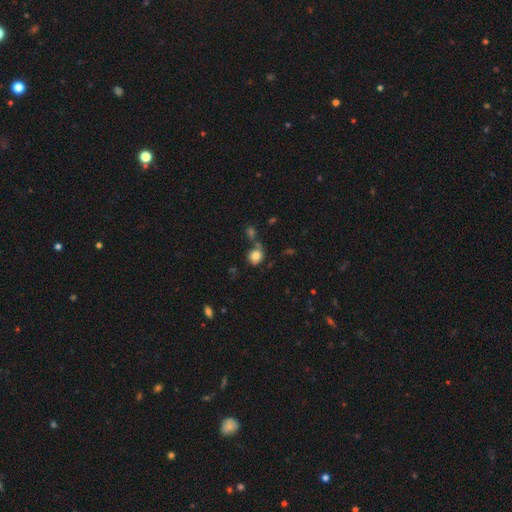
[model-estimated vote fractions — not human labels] This is clearly a smooth galaxy (81%). How rounded: likely round (72%). Merging: possibly none (58%).